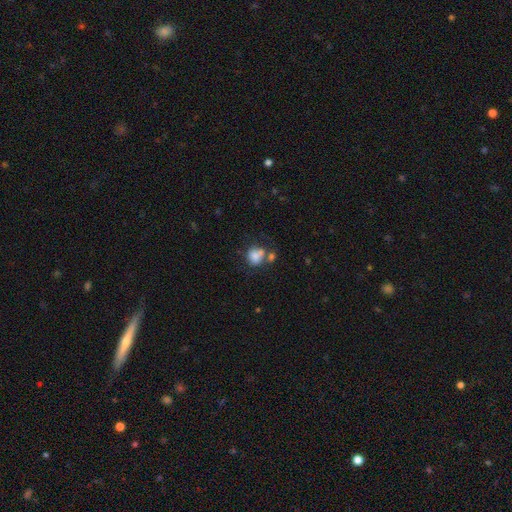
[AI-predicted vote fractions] smooth_or_featured: smooth (p=0.78) [alt: featured or disk p=0.12]
how_rounded: round (p=0.67) [alt: in between p=0.32]
merging: none (p=0.41) [alt: merger p=0.34]